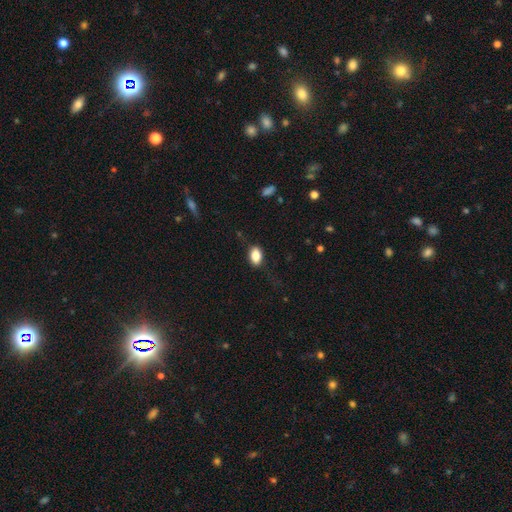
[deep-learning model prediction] smooth_or_featured: smooth (p=0.84) [alt: star or artifact p=0.08]
how_rounded: in between (p=0.86) [alt: round p=0.12]
merging: none (p=0.80) [alt: minor disturbance p=0.14]